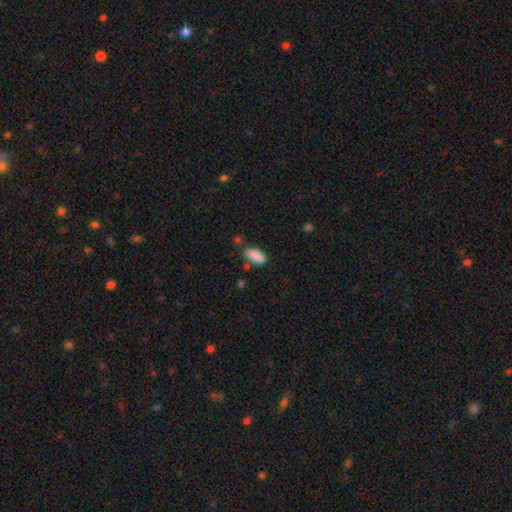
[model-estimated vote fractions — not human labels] Q: Smooth or featured?
A: smooth (88%); runner-up: star or artifact (7%)
Q: How rounded?
A: in between (86%); runner-up: cigar-shaped (12%)
Q: Merging?
A: none (71%); runner-up: minor disturbance (18%)